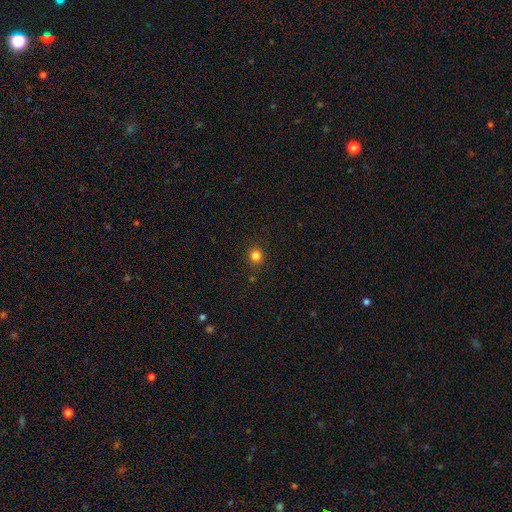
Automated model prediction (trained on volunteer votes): smooth 82%, star or artifact 13%, featured or disk 4%. Down the decision tree: how rounded — round (90%); merging — none (89%).